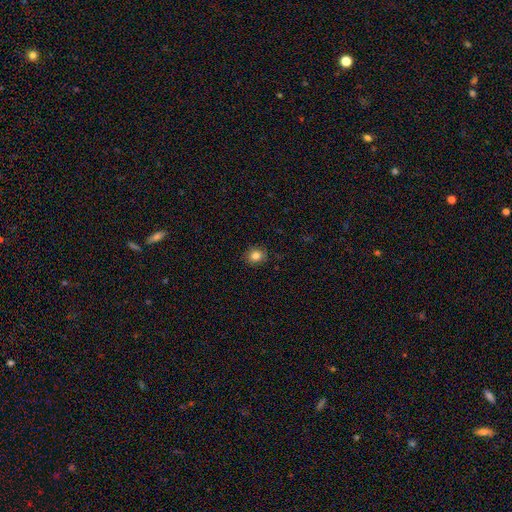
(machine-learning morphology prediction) This appears to be a smooth galaxy with no disk features (83%) that is round (75%). Merging: none (87%).